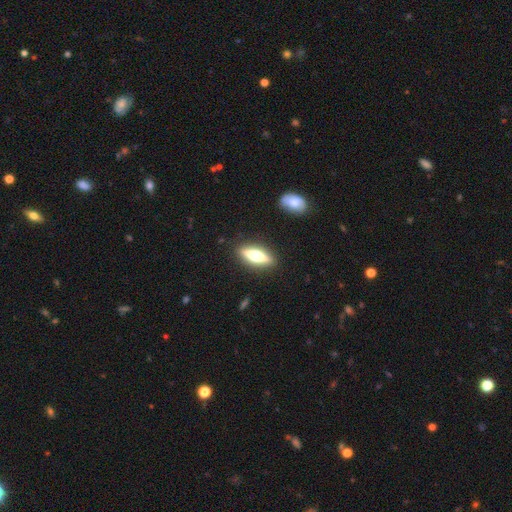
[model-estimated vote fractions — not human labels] Smooth or featured: featured or disk — 54% (smooth — 39%)
Edge-on disk: yes — 91% (no — 9%)
Merging: none — 88% (minor disturbance — 8%)